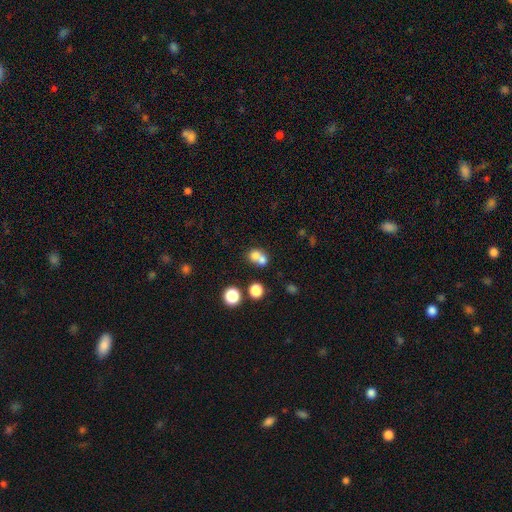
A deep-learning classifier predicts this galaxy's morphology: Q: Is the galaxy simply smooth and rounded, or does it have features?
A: smooth — 71%.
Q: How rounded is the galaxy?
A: round — 74%.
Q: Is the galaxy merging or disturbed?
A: merger — 59%.